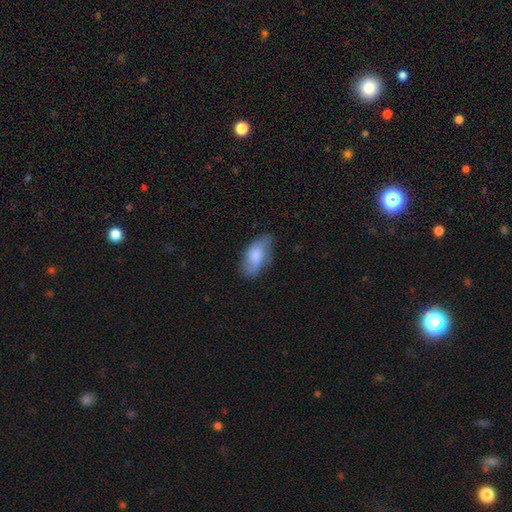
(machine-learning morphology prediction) A smooth galaxy with no disk features (73%) that is in between round and cigar-shaped (92%). Merging: none (65%).